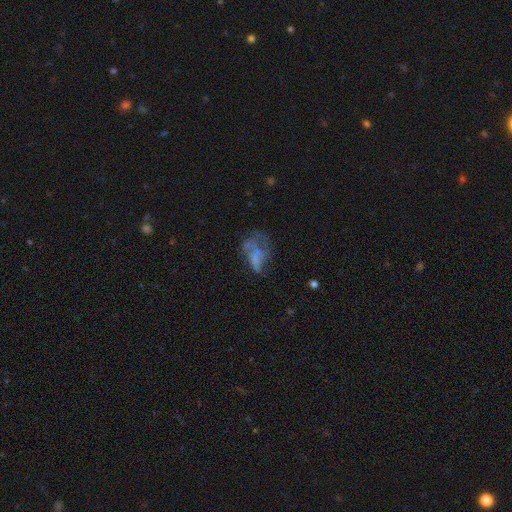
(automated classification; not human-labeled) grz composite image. It shows a featured or disk galaxy (55%) with no bar (83%), no spiral arms (67%) and no central bulge (69%). Merging: major disturbance (42%).